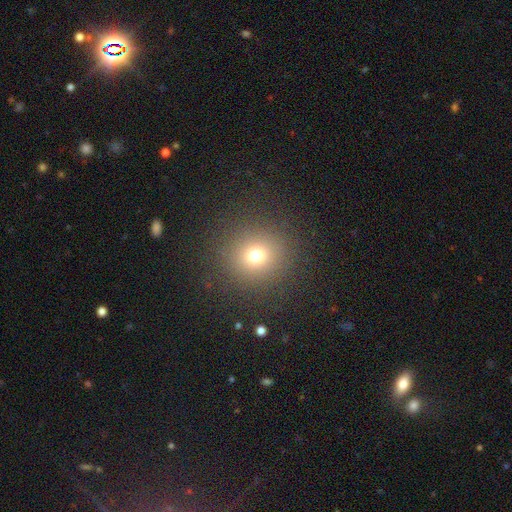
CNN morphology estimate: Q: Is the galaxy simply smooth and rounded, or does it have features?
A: smooth — 71%.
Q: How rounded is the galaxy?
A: round — 92%.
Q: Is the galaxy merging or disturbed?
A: none — 88%.